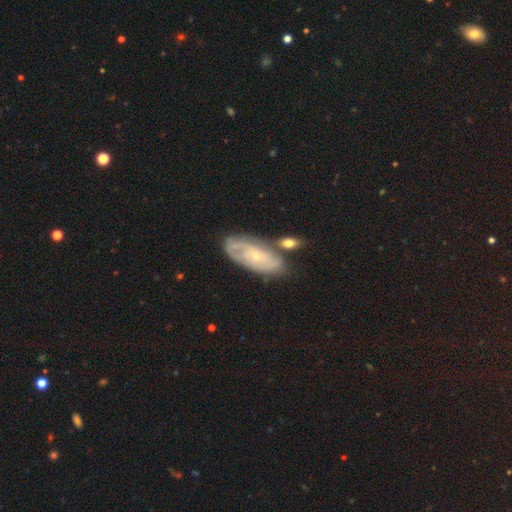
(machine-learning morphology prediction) featured or disk 71%, smooth 22%, star or artifact 7%. Down the decision tree: edge-on disk — no (90%); bar — no (73%); spiral arms — yes (83%); spiral arm count — can't tell (50%); spiral winding — tight (64%); bulge size — small (75%); merging — none (62%).